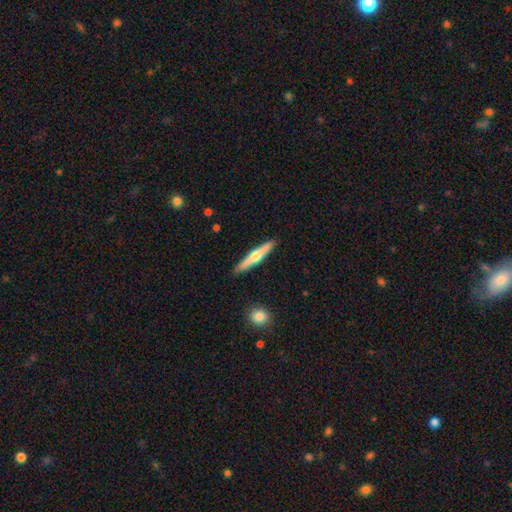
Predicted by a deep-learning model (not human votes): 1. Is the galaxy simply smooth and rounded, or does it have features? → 58% featured or disk, 37% smooth, 5% star or artifact.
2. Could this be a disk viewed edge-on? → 97% yes, 3% no.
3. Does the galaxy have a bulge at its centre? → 89% rounded, 6% none, 4% boxy.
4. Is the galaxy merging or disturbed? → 91% none, 7% minor disturbance, 1% major disturbance, 1% merger.